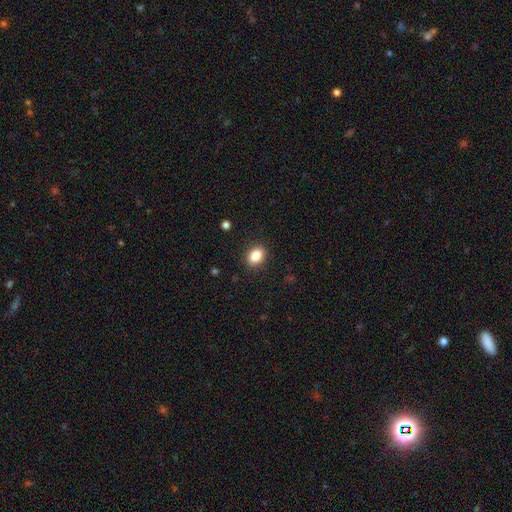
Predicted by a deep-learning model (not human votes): The model was most divided on "how rounded": in between: 71%, round: 28%, cigar-shaped: 1%. More confident: merging — none (89%); smooth or featured — smooth (86%).